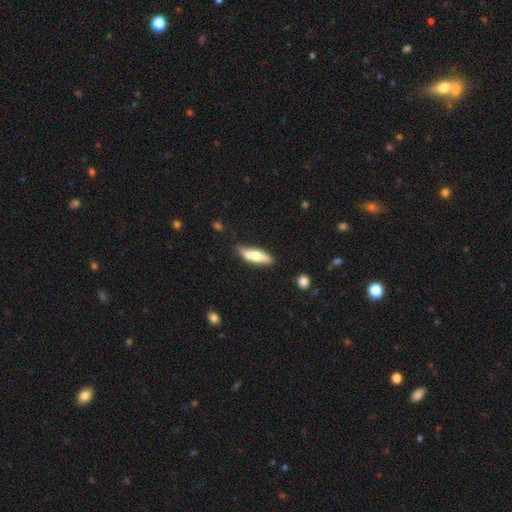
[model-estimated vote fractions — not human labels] smooth_or_featured: smooth (p=0.55) [alt: featured or disk p=0.39]
how_rounded: cigar-shaped (p=0.51) [alt: in between p=0.47]
merging: none (p=0.61) [alt: merger p=0.17]